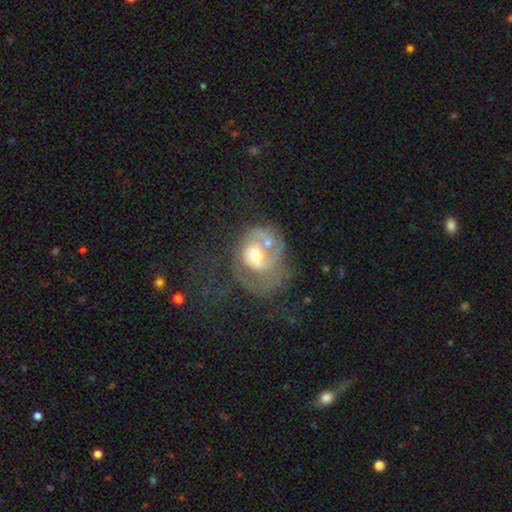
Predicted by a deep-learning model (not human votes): Smooth or featured? featured or disk (56%)
Edge-on disk? no (97%)
Bar? no (79%)
Spiral arms? no (53%)
Bulge size? moderate (66%)
Merging? major disturbance (41%)